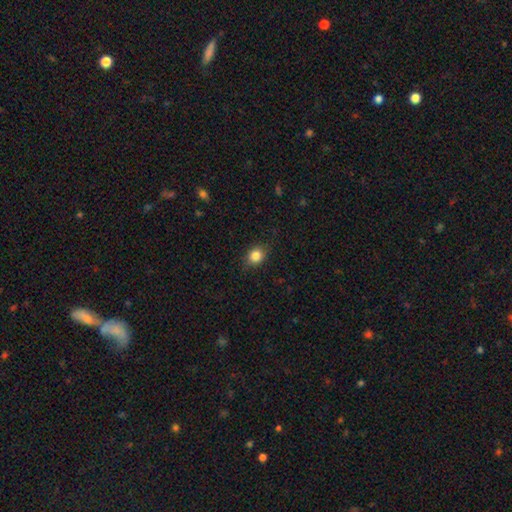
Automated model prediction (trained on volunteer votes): Smooth or featured: smooth — 84% (star or artifact — 10%)
How rounded: round — 61% (in between — 38%)
Merging: none — 84% (minor disturbance — 13%)